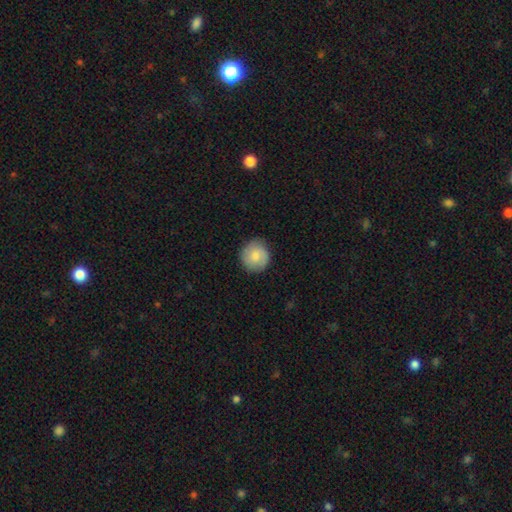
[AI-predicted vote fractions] Smooth or featured? Predicted: smooth (p=0.70). How rounded? Predicted: round (p=0.90). Merging? Predicted: none (p=0.83).